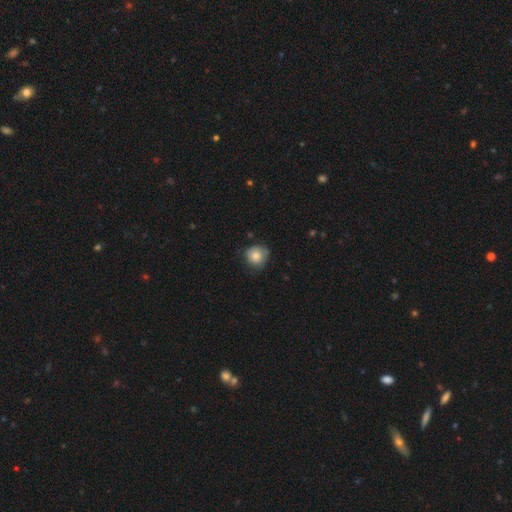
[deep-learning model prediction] Q: Smooth or featured?
A: smooth (81%); runner-up: featured or disk (10%)
Q: How rounded?
A: round (87%); runner-up: in between (12%)
Q: Merging?
A: none (68%); runner-up: minor disturbance (26%)